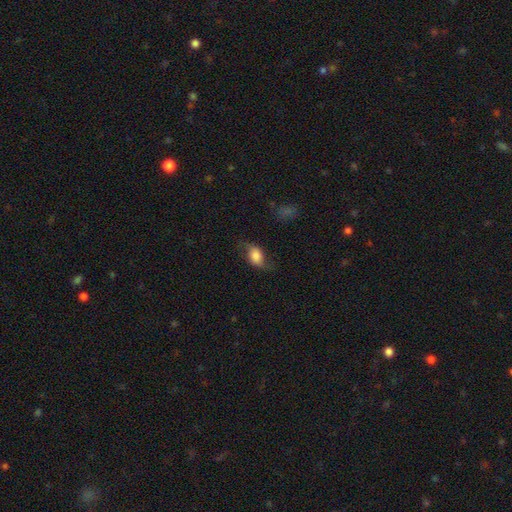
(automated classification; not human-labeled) Smooth or featured? Predicted: smooth (p=0.59). How rounded? Predicted: in between (p=0.77). Merging? Predicted: none (p=0.58).